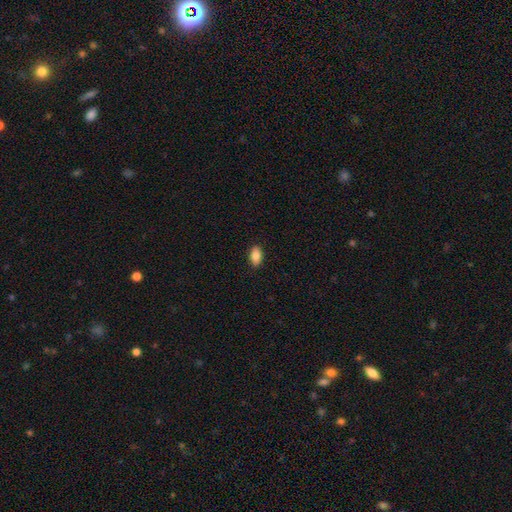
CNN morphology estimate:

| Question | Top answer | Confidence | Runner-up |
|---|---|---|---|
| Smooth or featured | smooth | 86% | star or artifact (7%) |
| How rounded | in between | 91% | round (5%) |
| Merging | none | 89% | minor disturbance (8%) |